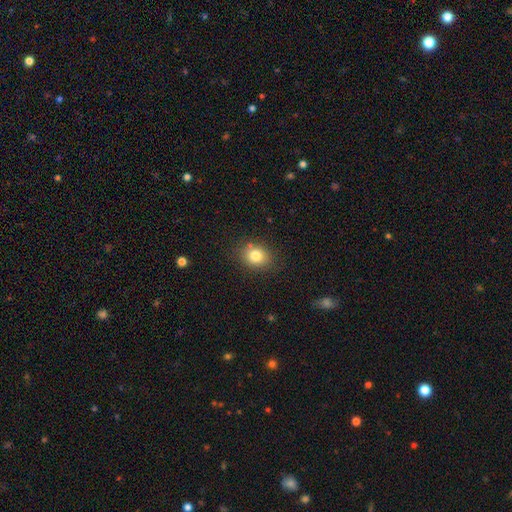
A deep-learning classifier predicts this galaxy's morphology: The model was most divided on "how rounded": round: 53%, in between: 46%, cigar-shaped: 1%. More confident: merging — none (83%); smooth or featured — smooth (81%).